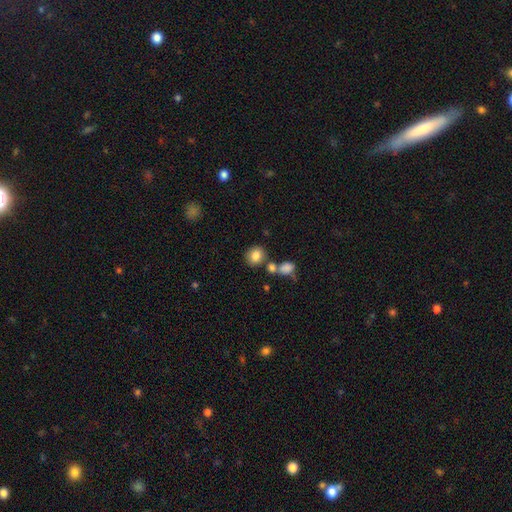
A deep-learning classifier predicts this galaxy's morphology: Smooth or featured?
  - smooth: 83% *
  - star or artifact: 9%
  - featured or disk: 8%
How rounded?
  - round: 68% *
  - in between: 31%
  - cigar-shaped: 1%
Merging?
  - none: 67% *
  - merger: 18%
  - minor disturbance: 11%
  - major disturbance: 4%